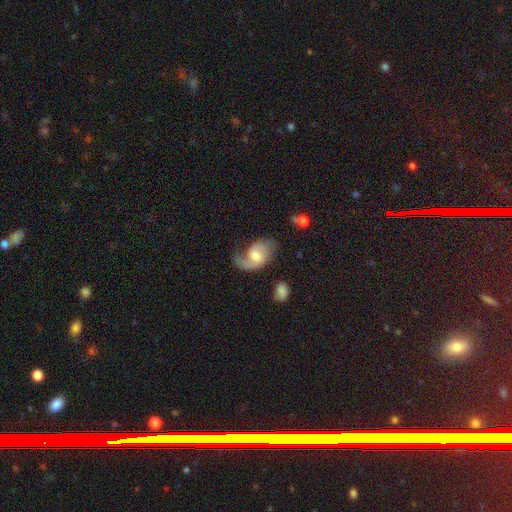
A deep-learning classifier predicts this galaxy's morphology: This appears to be a featured or disk galaxy (73%) with no bar (53%), 2 (47%) loose (51%) spiral arms (91%) and a moderate central bulge (60%). Merging: none (42%).